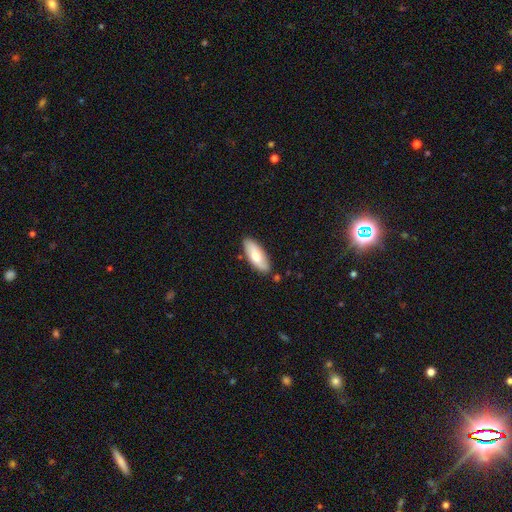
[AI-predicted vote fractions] A smooth galaxy with no disk features (70%) that is in between round and cigar-shaped (77%).

Vote fractions:
- Smooth or featured? smooth: 70% / featured or disk: 24% / star or artifact: 5%
- How rounded? in between: 77% / cigar-shaped: 21% / round: 2%
- Merging? none: 84% / minor disturbance: 12% / merger: 3% / major disturbance: 2%